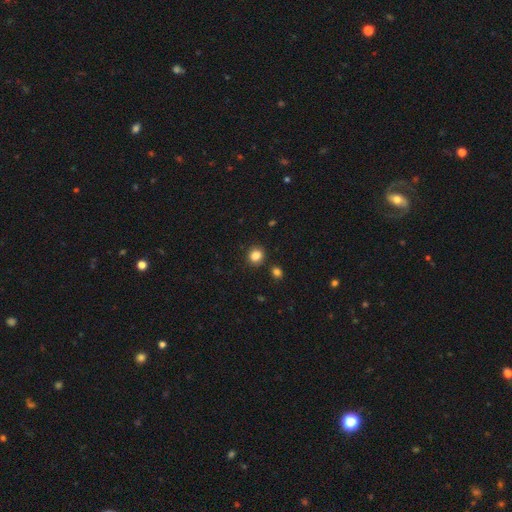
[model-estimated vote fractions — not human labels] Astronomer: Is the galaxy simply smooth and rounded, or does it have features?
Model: smooth — 85%.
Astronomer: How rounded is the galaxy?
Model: round — 76%.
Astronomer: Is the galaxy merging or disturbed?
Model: none — 86%.